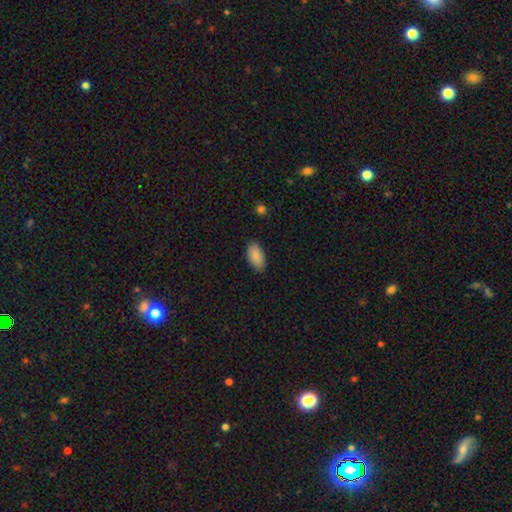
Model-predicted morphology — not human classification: type=smooth (89%); roundness=in between (95%); merging=none (85%).